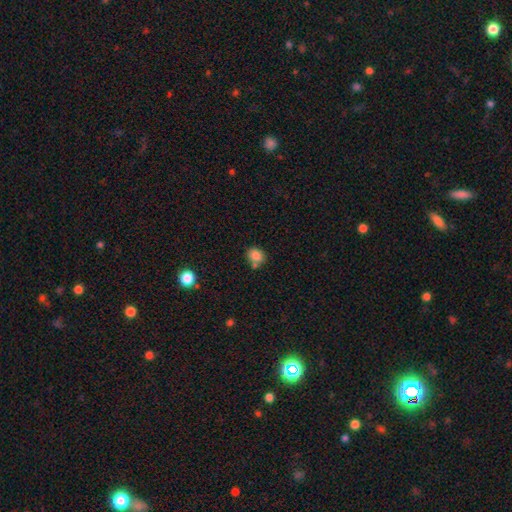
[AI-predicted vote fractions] Smooth or featured? smooth (83%)
How rounded? round (63%)
Merging? none (62%)